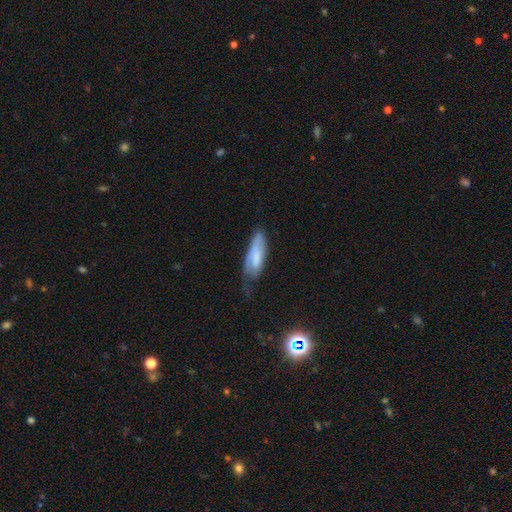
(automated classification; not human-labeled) Q: Smooth or featured?
A: smooth (63%); runner-up: featured or disk (30%)
Q: How rounded?
A: in between (59%); runner-up: cigar-shaped (39%)
Q: Merging?
A: minor disturbance (38%); runner-up: none (33%)